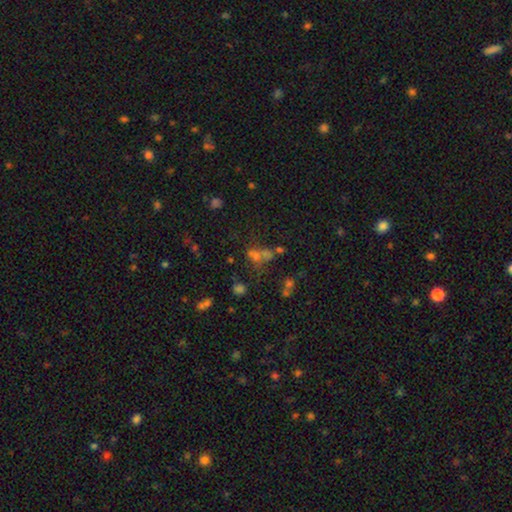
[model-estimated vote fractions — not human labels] Smooth or featured?
  - smooth: 44% *
  - star or artifact: 38%
  - featured or disk: 17%
Merging?
  - none: 41% *
  - merger: 38%
  - minor disturbance: 11%
  - major disturbance: 10%